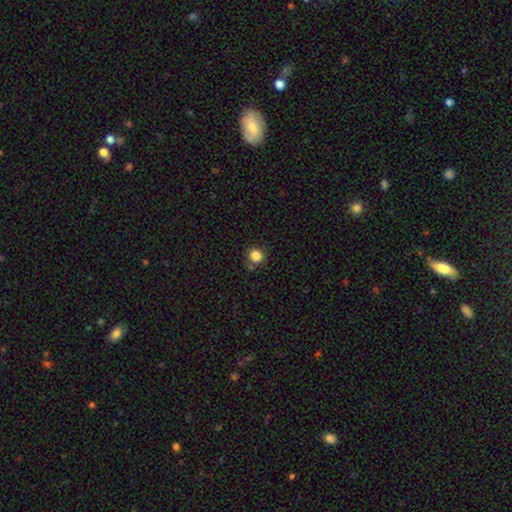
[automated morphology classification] smooth 84%, star or artifact 12%, featured or disk 4%. Down the decision tree: how rounded — round (91%); merging — none (82%).